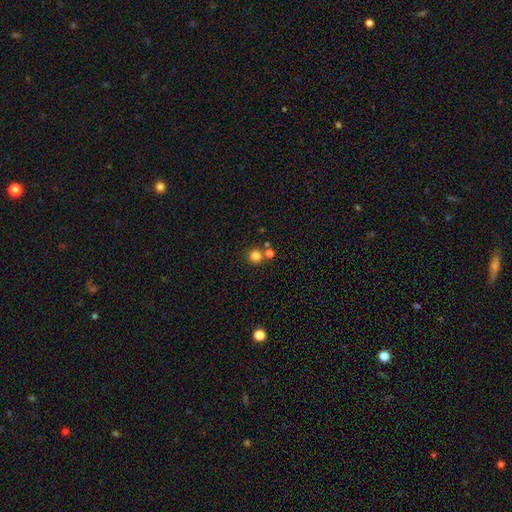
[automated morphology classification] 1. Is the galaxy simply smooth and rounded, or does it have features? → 81% smooth, 13% star or artifact, 6% featured or disk.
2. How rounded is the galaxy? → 93% round, 6% in between, 1% cigar-shaped.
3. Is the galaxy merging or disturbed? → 70% none, 21% merger, 7% minor disturbance, 3% major disturbance.